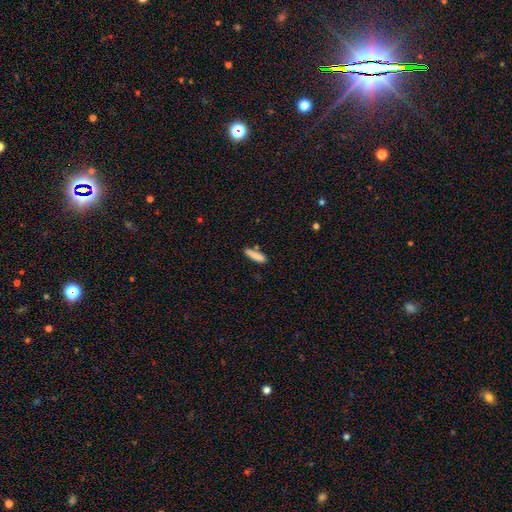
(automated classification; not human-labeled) Q: Smooth or featured?
A: smooth (84%); runner-up: featured or disk (9%)
Q: How rounded?
A: cigar-shaped (79%); runner-up: in between (20%)
Q: Merging?
A: none (73%); runner-up: minor disturbance (15%)